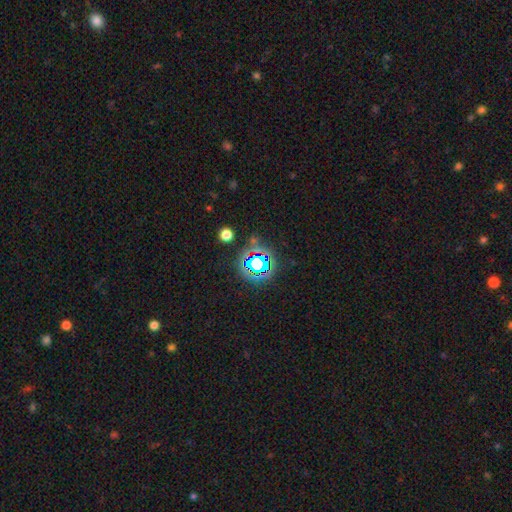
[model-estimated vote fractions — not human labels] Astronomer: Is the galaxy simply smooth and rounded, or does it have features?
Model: star or artifact — 77%.